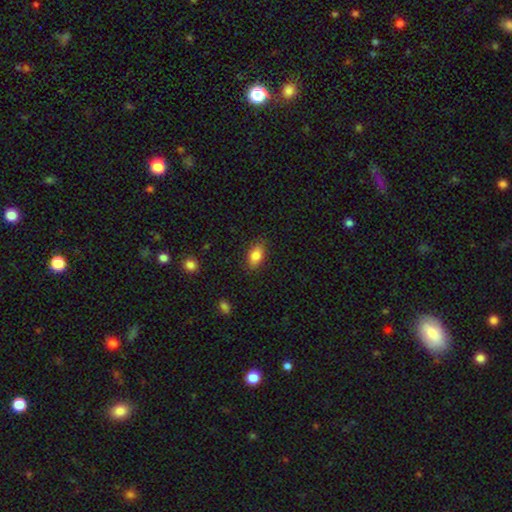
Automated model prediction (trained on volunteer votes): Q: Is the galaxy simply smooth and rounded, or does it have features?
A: smooth — 83%.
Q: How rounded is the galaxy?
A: in between — 88%.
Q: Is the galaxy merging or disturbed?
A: none — 84%.